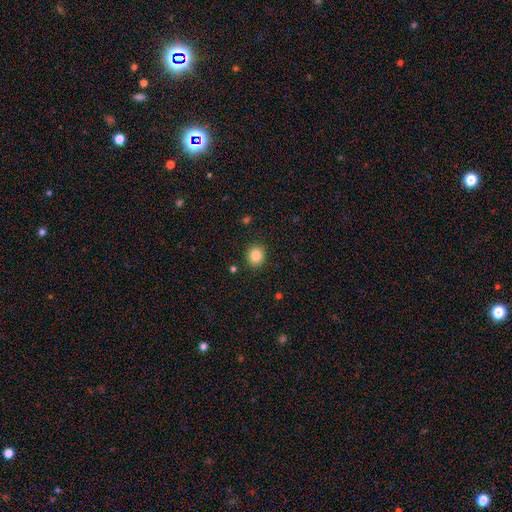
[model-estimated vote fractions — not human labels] Q: Smooth or featured?
A: smooth (84%); runner-up: star or artifact (10%)
Q: How rounded?
A: round (80%); runner-up: in between (19%)
Q: Merging?
A: none (89%); runner-up: minor disturbance (7%)